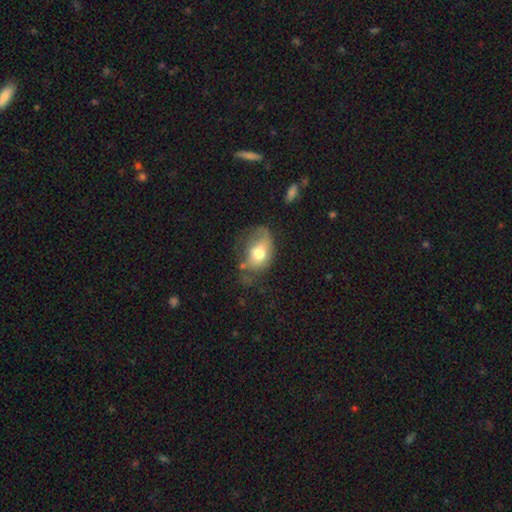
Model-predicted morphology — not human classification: This is possibly a smooth galaxy (56%). How rounded: likely in between (76%). Merging: marginally none (40%).